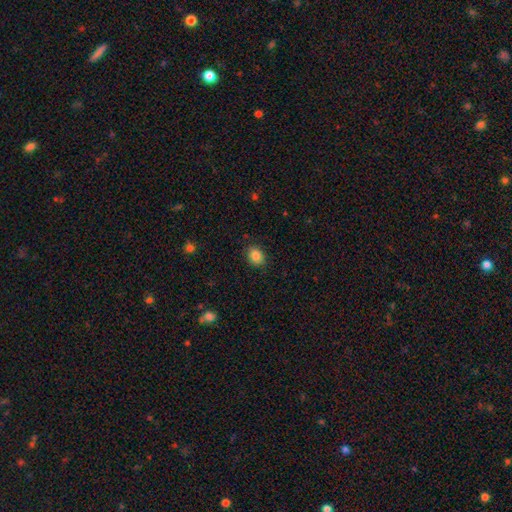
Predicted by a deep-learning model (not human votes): The model was most divided on "how rounded": in between: 58%, round: 41%, cigar-shaped: 1%. More confident: merging — none (87%); smooth or featured — smooth (86%).